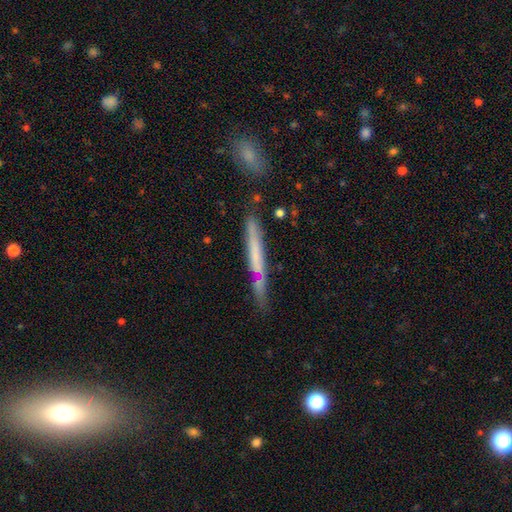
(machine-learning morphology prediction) This appears to be a smooth galaxy with no disk features (48%). Merging: none (69%).